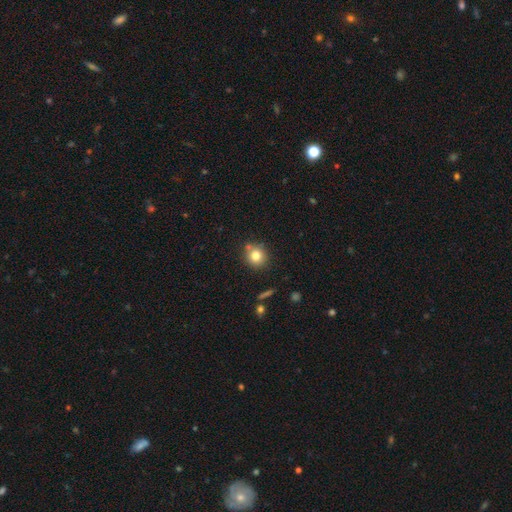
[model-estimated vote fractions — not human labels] This is likely a smooth galaxy (78%). How rounded: clearly round (88%). Merging: likely none (76%).